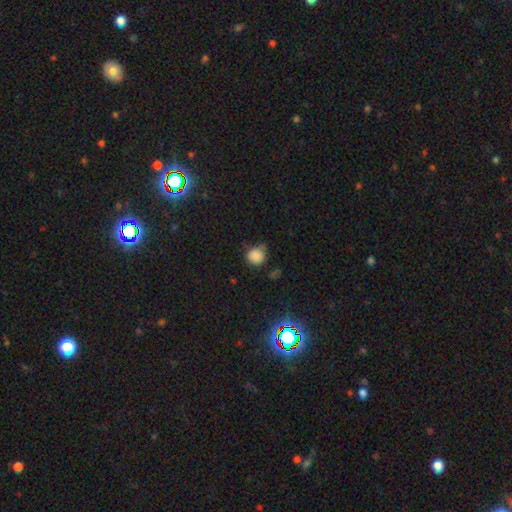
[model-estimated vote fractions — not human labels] This is clearly a smooth galaxy (83%). How rounded: clearly round (88%). Merging: likely none (62%).